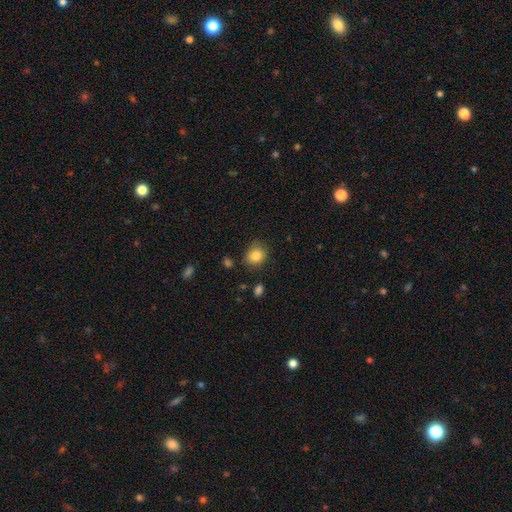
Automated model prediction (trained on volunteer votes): Smooth or featured?
  - smooth: 85% *
  - star or artifact: 10%
  - featured or disk: 5%
How rounded?
  - round: 69% *
  - in between: 30%
  - cigar-shaped: 1%
Merging?
  - none: 76% *
  - minor disturbance: 17%
  - major disturbance: 4%
  - merger: 3%